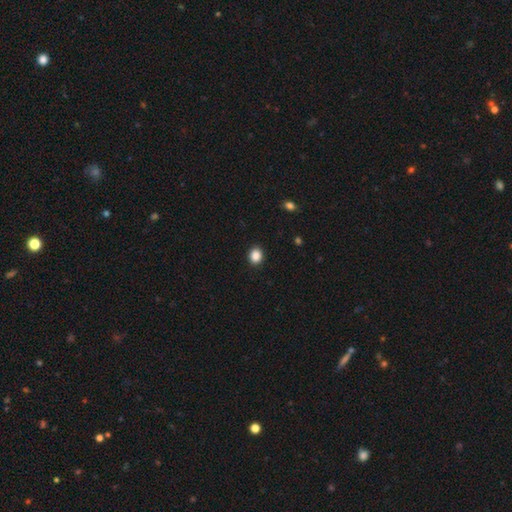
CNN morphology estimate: smooth_or_featured: smooth (p=0.88) [alt: star or artifact p=0.10]
how_rounded: round (p=0.65) [alt: in between p=0.34]
merging: none (p=0.91) [alt: minor disturbance p=0.06]